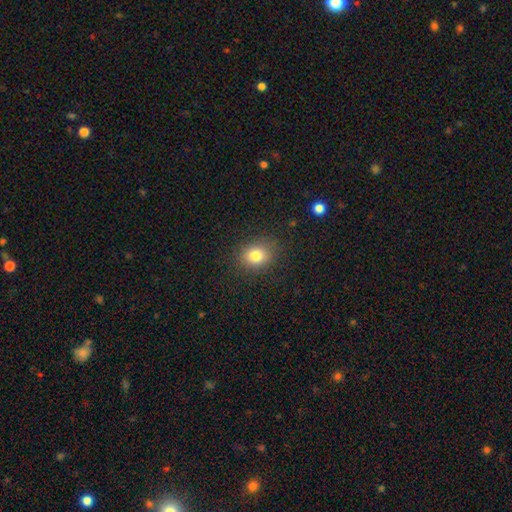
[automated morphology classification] type=smooth (81%); roundness=round (56%); merging=none (85%).